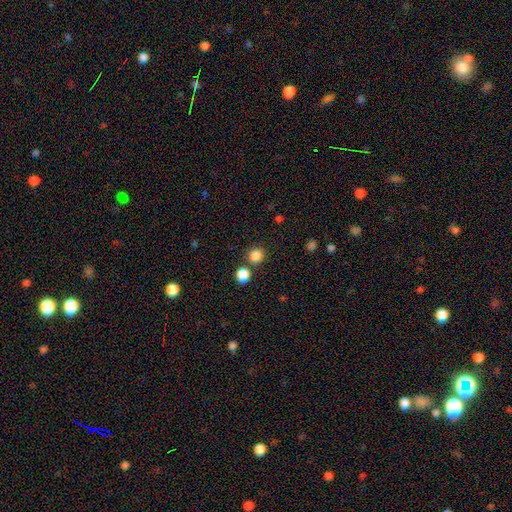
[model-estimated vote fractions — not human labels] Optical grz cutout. It shows a smooth galaxy with no disk features (85%) that is round (87%). Merging: none (77%).